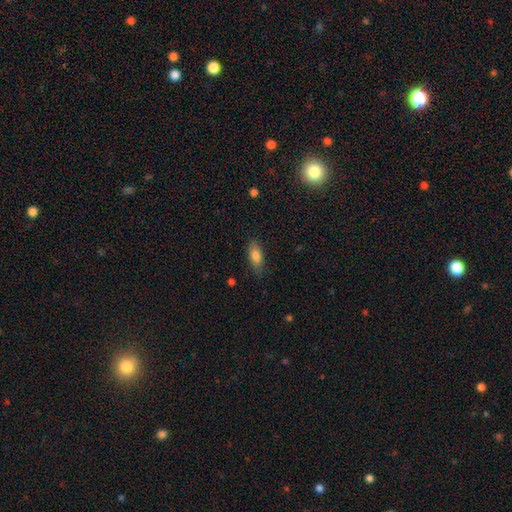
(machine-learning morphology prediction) Smooth or featured: smooth — 81% (featured or disk — 11%)
How rounded: in between — 79% (cigar-shaped — 18%)
Merging: none — 79% (minor disturbance — 16%)